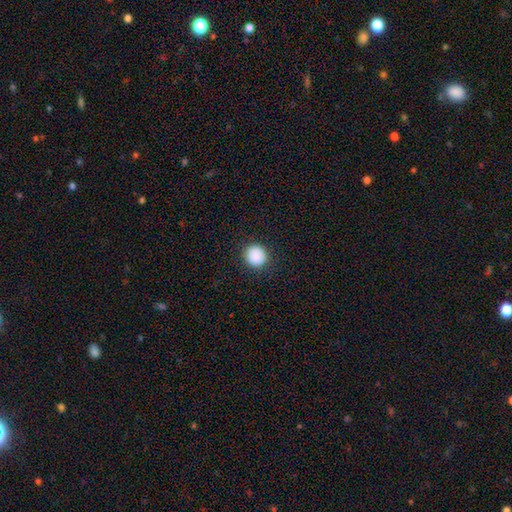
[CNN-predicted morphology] smooth 89%, star or artifact 8%, featured or disk 3%. Down the decision tree: how rounded — round (92%); merging — none (91%).